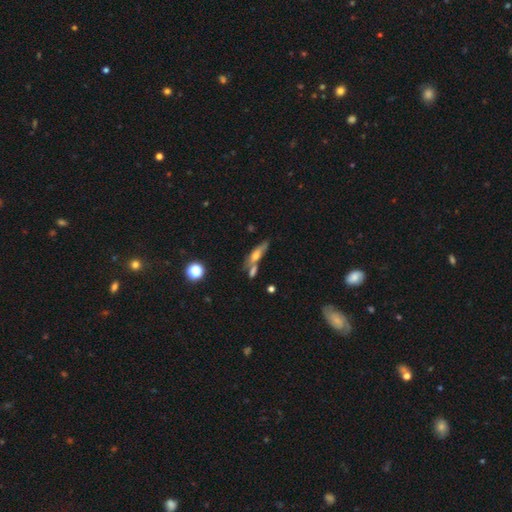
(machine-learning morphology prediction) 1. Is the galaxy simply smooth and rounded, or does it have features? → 47% smooth, 43% featured or disk, 10% star or artifact.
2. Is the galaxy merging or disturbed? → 50% none, 28% merger, 16% minor disturbance, 6% major disturbance.